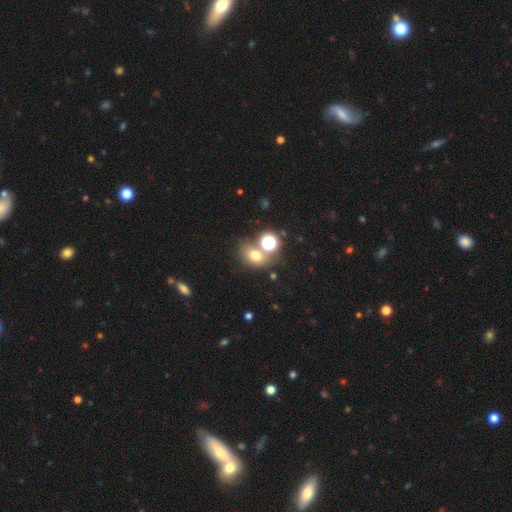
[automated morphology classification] smooth 67%, star or artifact 21%, featured or disk 12%. Down the decision tree: how rounded — in between (51%); merging — none (54%).